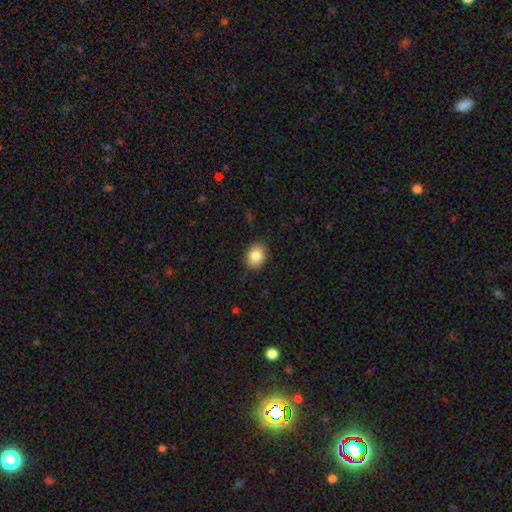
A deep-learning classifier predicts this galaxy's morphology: smooth-or-featured: smooth: 85% | star or artifact: 8% | featured or disk: 7%
  how-rounded: in between: 54% | round: 46% | cigar-shaped: 1%
  merging: none: 87% | minor disturbance: 10% | major disturbance: 2% | merger: 1%